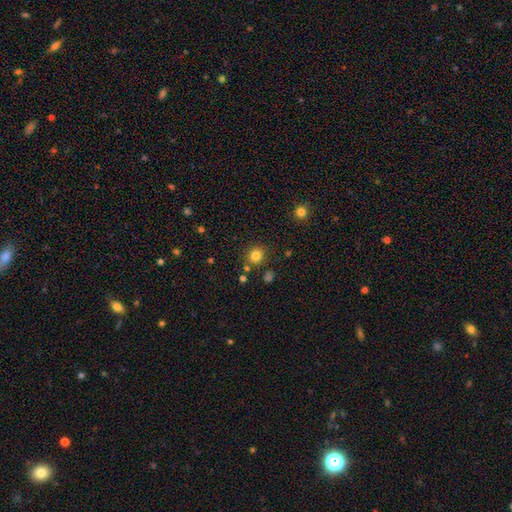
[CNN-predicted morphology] smooth-or-featured: smooth: 82% | star or artifact: 13% | featured or disk: 5%
  how-rounded: round: 89% | in between: 10% | cigar-shaped: 1%
  merging: none: 83% | minor disturbance: 9% | merger: 5% | major disturbance: 3%